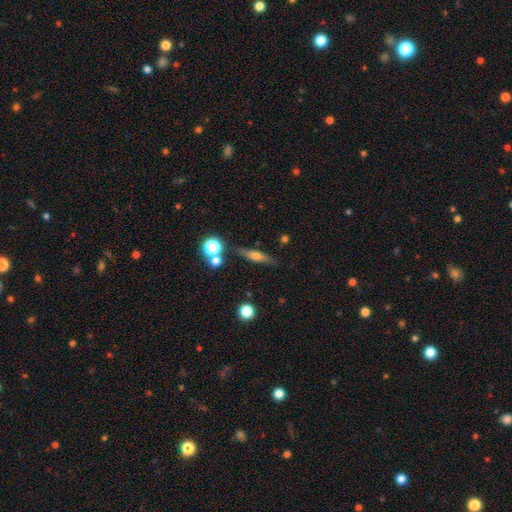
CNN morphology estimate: smooth-or-featured: smooth: 50% | featured or disk: 41% | star or artifact: 10%
  merging: none: 79% | minor disturbance: 12% | merger: 6% | major disturbance: 4%